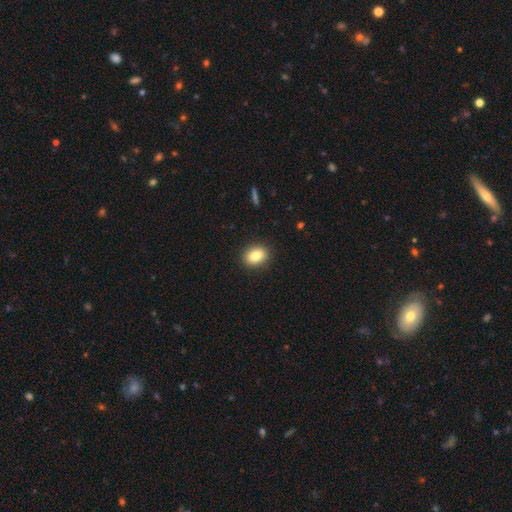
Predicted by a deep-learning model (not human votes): Q: Smooth or featured?
A: smooth (83%); runner-up: featured or disk (9%)
Q: How rounded?
A: in between (67%); runner-up: round (32%)
Q: Merging?
A: none (90%); runner-up: minor disturbance (7%)